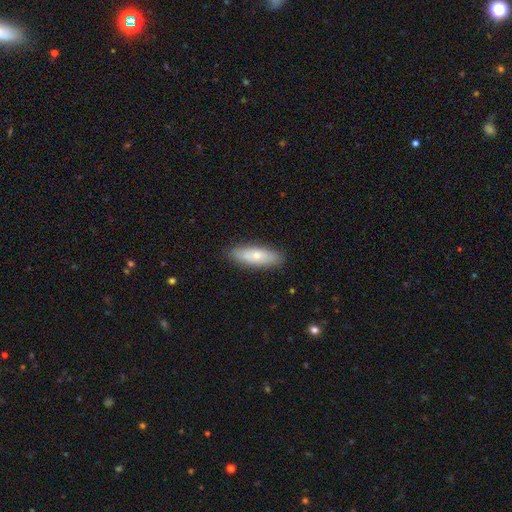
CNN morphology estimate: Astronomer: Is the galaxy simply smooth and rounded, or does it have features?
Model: smooth — 71%.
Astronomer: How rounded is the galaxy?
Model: in between — 52% (runner-up: cigar-shaped, 46%).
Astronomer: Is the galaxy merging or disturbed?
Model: none — 88%.